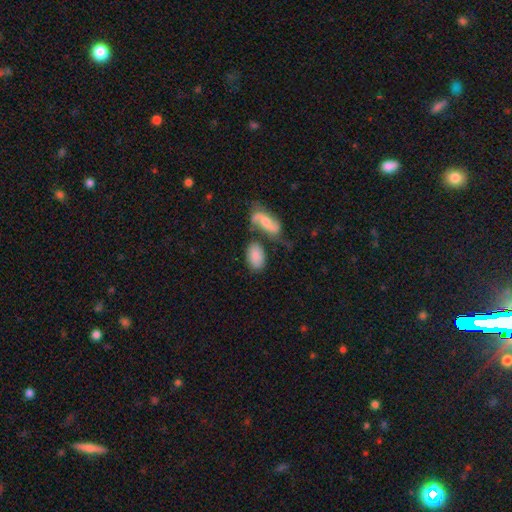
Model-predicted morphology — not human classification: smooth 77%, featured or disk 16%, star or artifact 7%. Down the decision tree: how rounded — in between (92%); merging — none (53%).